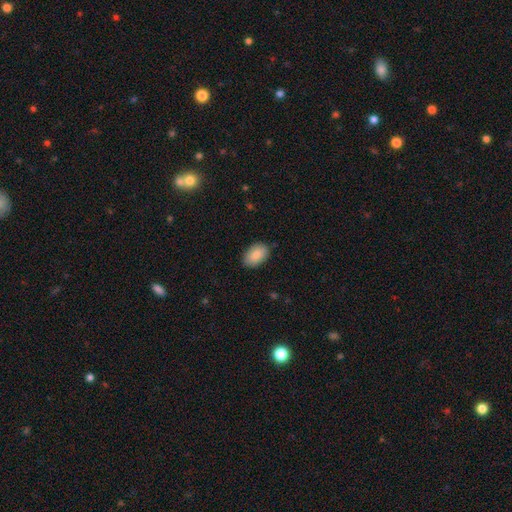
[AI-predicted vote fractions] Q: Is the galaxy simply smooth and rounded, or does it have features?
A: smooth — 87%.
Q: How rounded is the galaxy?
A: in between — 91%.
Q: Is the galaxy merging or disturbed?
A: none — 86%.